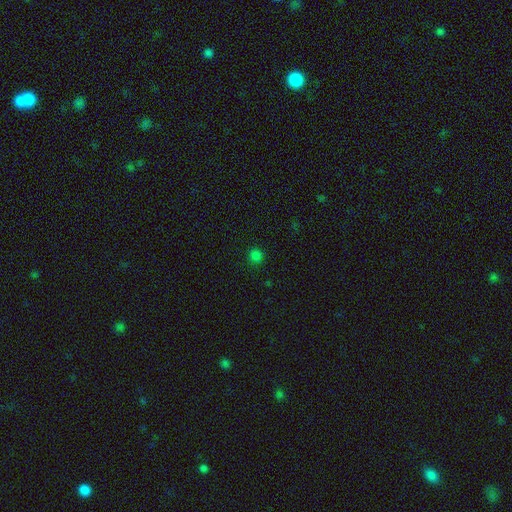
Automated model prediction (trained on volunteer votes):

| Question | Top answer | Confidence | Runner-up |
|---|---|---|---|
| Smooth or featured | smooth | 78% | star or artifact (19%) |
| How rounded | round | 91% | in between (8%) |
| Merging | none | 90% | minor disturbance (7%) |